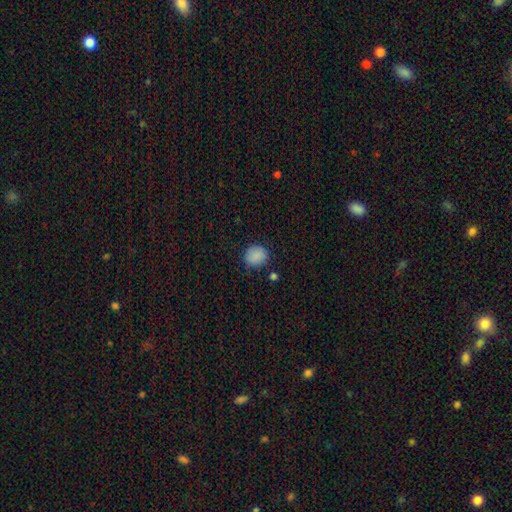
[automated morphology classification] This appears to be a smooth galaxy with no disk features (88%) that is round (75%). Merging: none (80%).